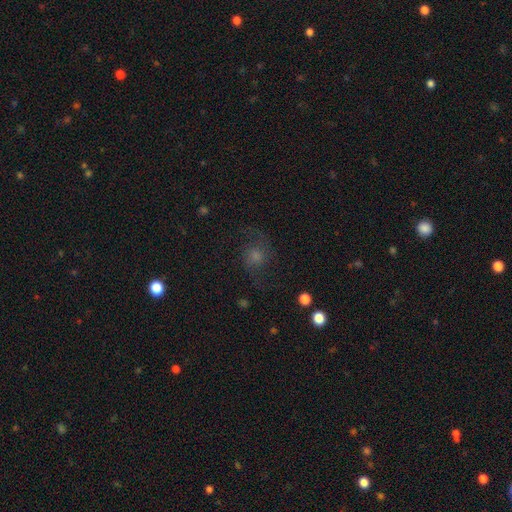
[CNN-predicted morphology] featured or disk 55%, smooth 25%, star or artifact 20%. Down the decision tree: edge-on disk — no (96%); bar — no (73%); spiral arms — yes (90%); bulge size — moderate (40%); merging — none (68%).